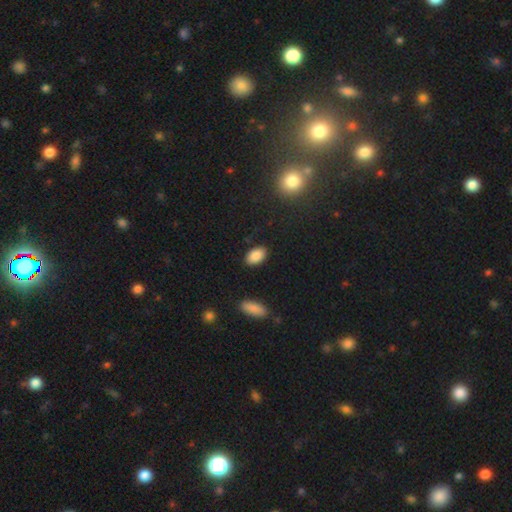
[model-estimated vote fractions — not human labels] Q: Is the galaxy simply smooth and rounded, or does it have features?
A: smooth — 88%.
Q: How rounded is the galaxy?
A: in between — 92%.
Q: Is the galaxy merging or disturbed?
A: none — 88%.